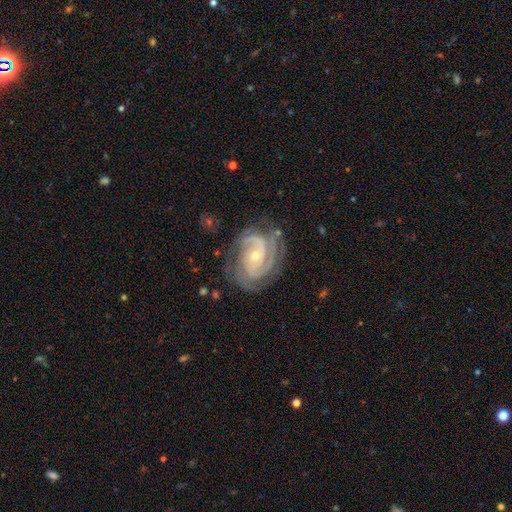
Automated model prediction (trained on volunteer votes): This is clearly a featured or disk galaxy (91%). It is clearly not viewed edge-on (98%). Bar: likely no (63%). Spiral arm pattern: clearly yes (98%). Spiral arm count: marginally 3 (36%). Spiral winding: likely tight (68%). Central bulge: likely small (69%). Merging: likely none (72%).